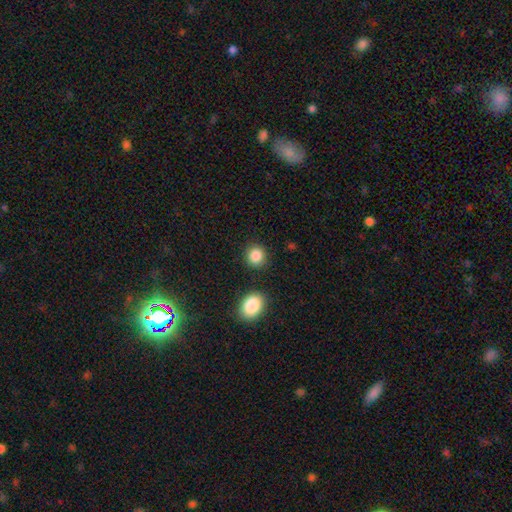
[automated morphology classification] Smooth or featured? Predicted: smooth (p=0.87). How rounded? Predicted: round (p=0.84). Merging? Predicted: none (p=0.87).